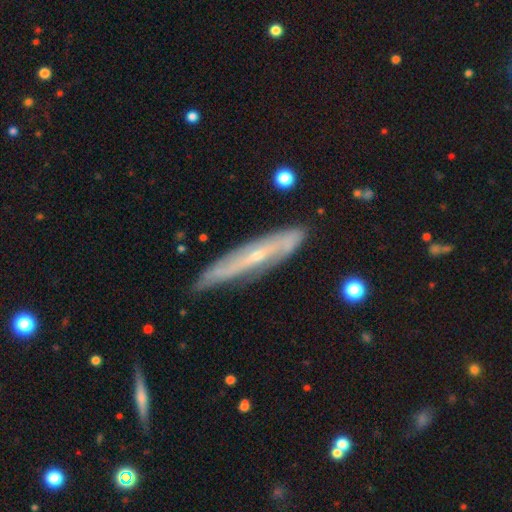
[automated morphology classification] Smooth or featured? featured or disk (74%)
Edge-on disk? yes (63%)
Merging? none (76%)